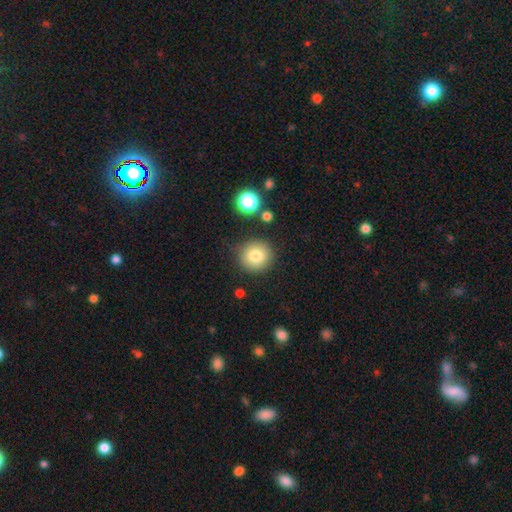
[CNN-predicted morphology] This appears to be a smooth galaxy with no disk features (79%) that is round (93%). Merging: none (85%).